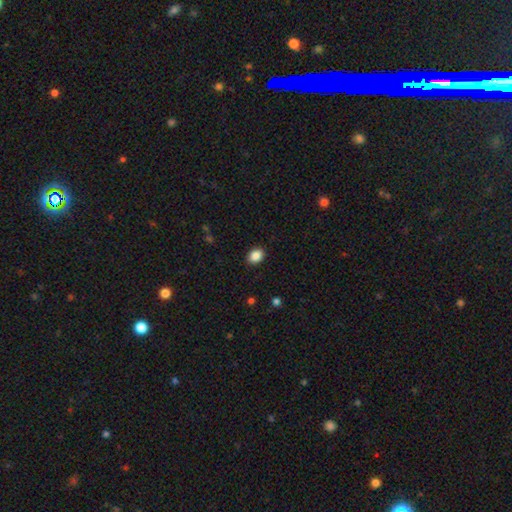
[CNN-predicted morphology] Smooth or featured? Predicted: smooth (p=0.88). How rounded? Predicted: in between (p=0.62). Merging? Predicted: none (p=0.90).